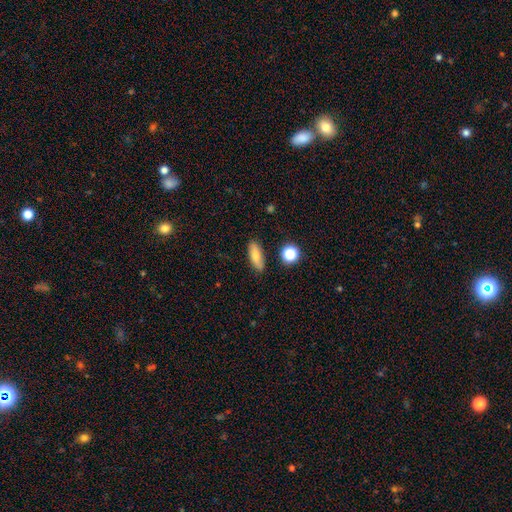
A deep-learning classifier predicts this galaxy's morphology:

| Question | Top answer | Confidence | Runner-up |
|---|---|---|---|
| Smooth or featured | smooth | 75% | featured or disk (16%) |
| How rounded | in between | 69% | cigar-shaped (26%) |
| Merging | none | 86% | minor disturbance (9%) |